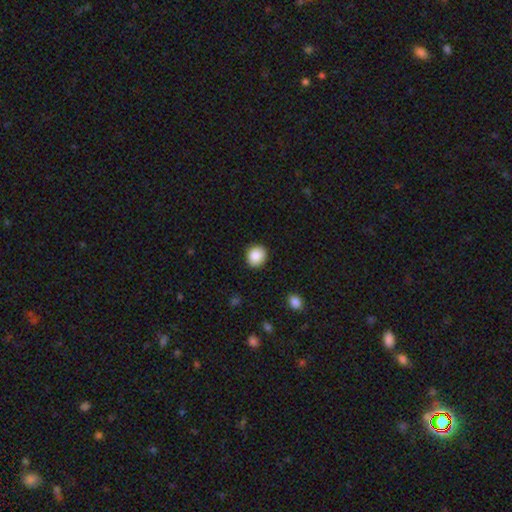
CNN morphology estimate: A smooth galaxy with no disk features (88%) that is round (81%).

Vote fractions:
- Smooth or featured? smooth: 88% / star or artifact: 8% / featured or disk: 4%
- How rounded? round: 81% / in between: 18% / cigar-shaped: 1%
- Merging? none: 90% / minor disturbance: 7% / major disturbance: 2% / merger: 1%